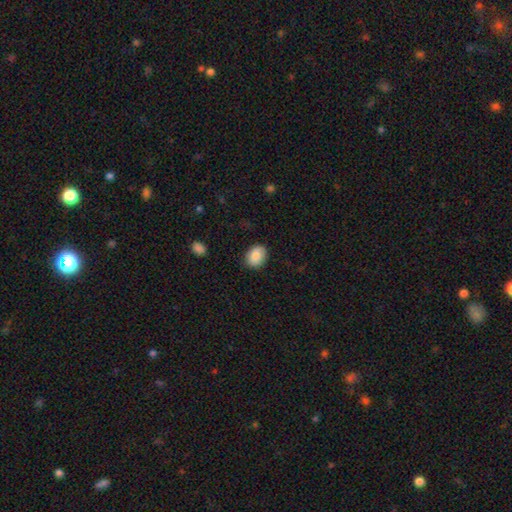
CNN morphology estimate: type=smooth (85%); roundness=in between (65%); merging=none (85%).